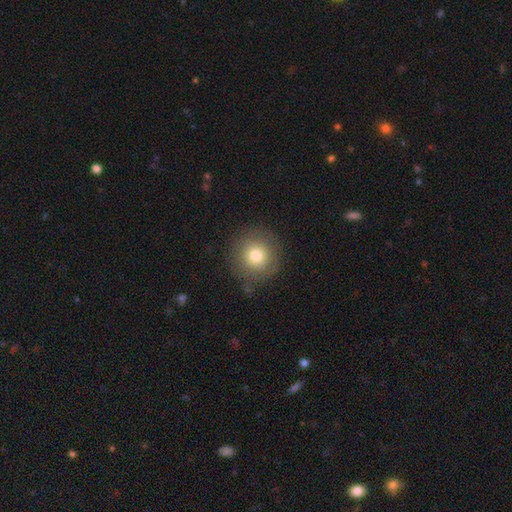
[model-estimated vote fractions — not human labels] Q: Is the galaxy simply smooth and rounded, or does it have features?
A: smooth — 78%.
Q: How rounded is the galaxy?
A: round — 95%.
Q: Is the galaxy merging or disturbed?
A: none — 85%.